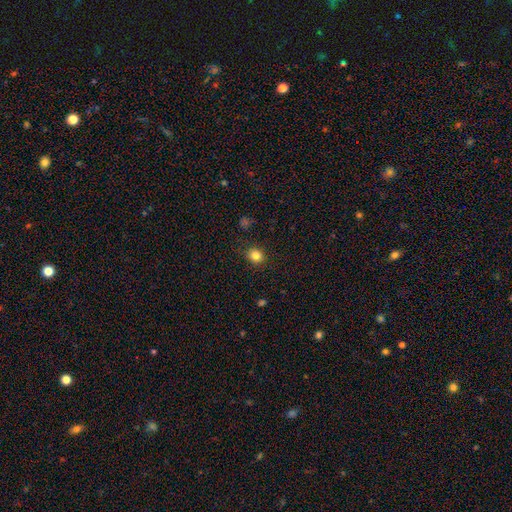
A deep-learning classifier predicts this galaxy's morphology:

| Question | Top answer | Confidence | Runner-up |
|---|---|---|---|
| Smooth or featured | smooth | 83% | star or artifact (12%) |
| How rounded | round | 74% | in between (25%) |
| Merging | none | 88% | minor disturbance (8%) |